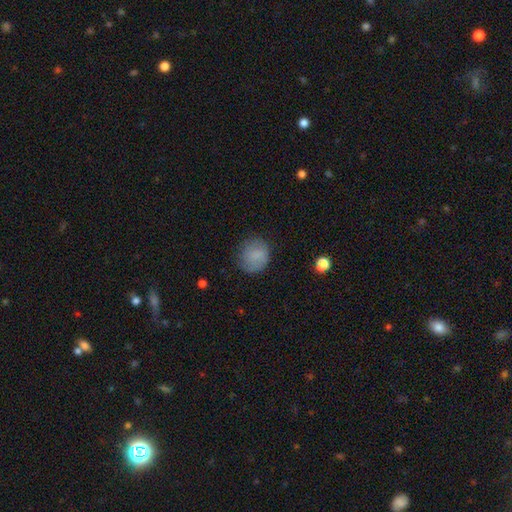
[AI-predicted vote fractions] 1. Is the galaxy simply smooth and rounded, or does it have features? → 78% smooth, 14% featured or disk, 8% star or artifact.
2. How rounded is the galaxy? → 84% round, 15% in between, 1% cigar-shaped.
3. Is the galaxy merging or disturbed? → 73% none, 19% minor disturbance, 7% major disturbance, 1% merger.